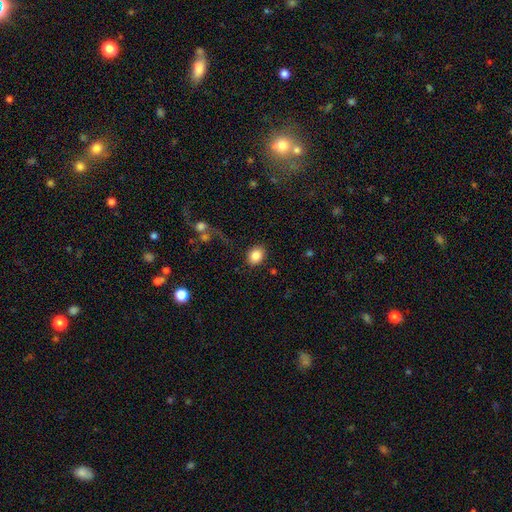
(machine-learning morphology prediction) smooth-or-featured: smooth: 85% | star or artifact: 8% | featured or disk: 7%
  how-rounded: in between: 53% | round: 46% | cigar-shaped: 1%
  merging: none: 85% | minor disturbance: 9% | major disturbance: 4% | merger: 3%